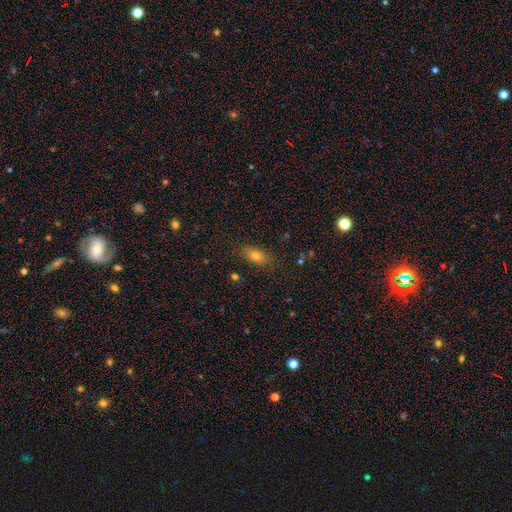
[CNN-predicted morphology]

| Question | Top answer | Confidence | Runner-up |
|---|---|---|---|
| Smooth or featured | smooth | 74% | star or artifact (15%) |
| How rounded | in between | 79% | cigar-shaped (12%) |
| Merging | none | 84% | minor disturbance (12%) |